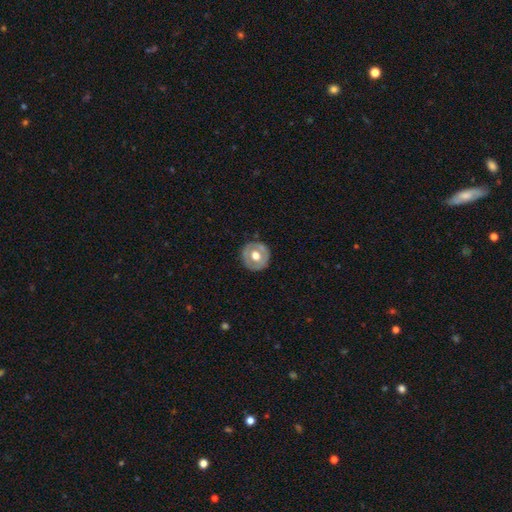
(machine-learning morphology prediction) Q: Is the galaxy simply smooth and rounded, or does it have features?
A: featured or disk — 49%.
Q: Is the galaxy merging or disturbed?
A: none — 86%.